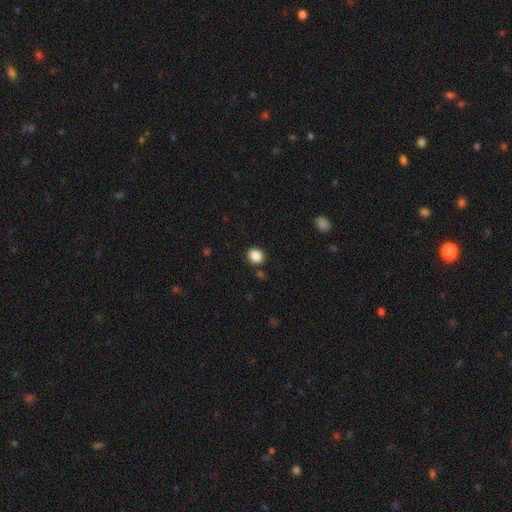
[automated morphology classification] Q: Smooth or featured?
A: smooth (87%); runner-up: star or artifact (10%)
Q: How rounded?
A: round (69%); runner-up: in between (30%)
Q: Merging?
A: none (86%); runner-up: minor disturbance (9%)